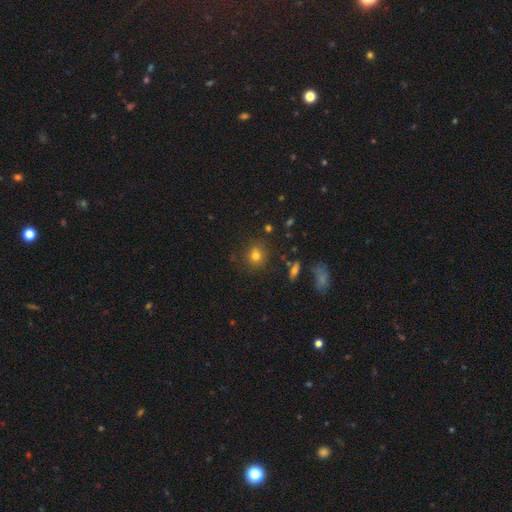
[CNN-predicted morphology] This is likely a smooth galaxy (75%). How rounded: clearly round (84%). Merging: clearly none (83%).